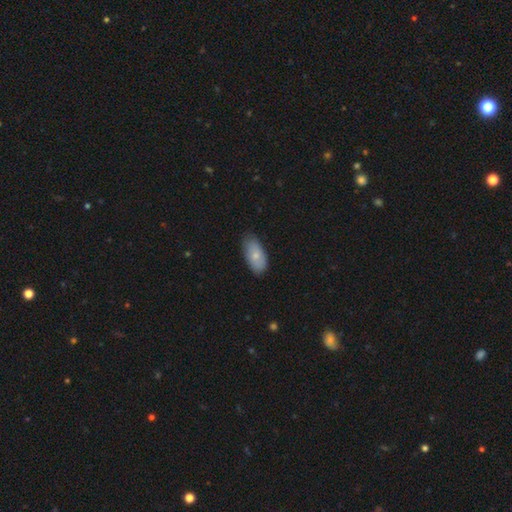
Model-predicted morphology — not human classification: Smooth or featured? Predicted: smooth (p=0.75). How rounded? Predicted: in between (p=0.92). Merging? Predicted: none (p=0.73).